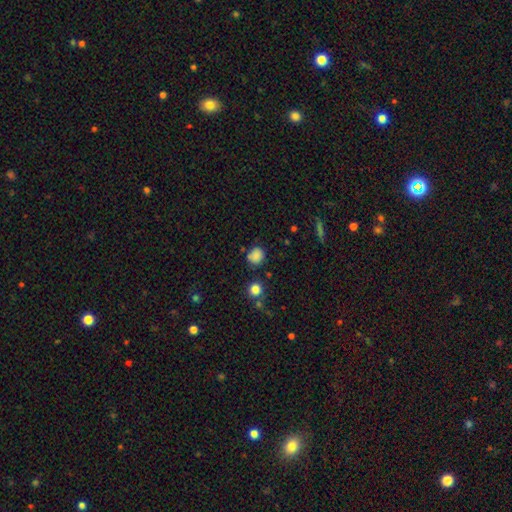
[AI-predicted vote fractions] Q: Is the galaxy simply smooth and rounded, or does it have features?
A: smooth — 82%.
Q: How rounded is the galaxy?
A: round — 80%.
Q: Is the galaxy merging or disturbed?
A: none — 72%.